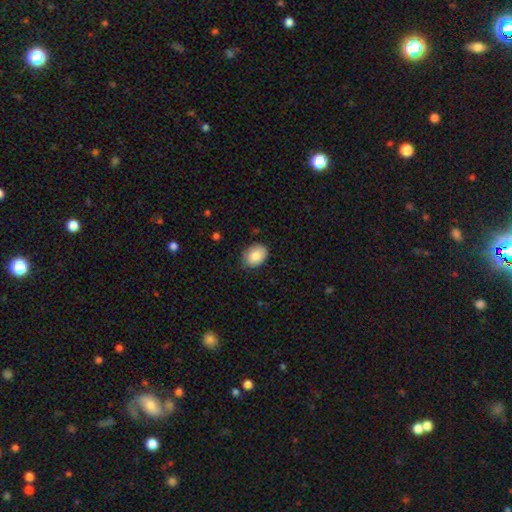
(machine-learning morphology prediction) smooth 88%, star or artifact 7%, featured or disk 5%. Down the decision tree: how rounded — in between (68%); merging — none (78%).